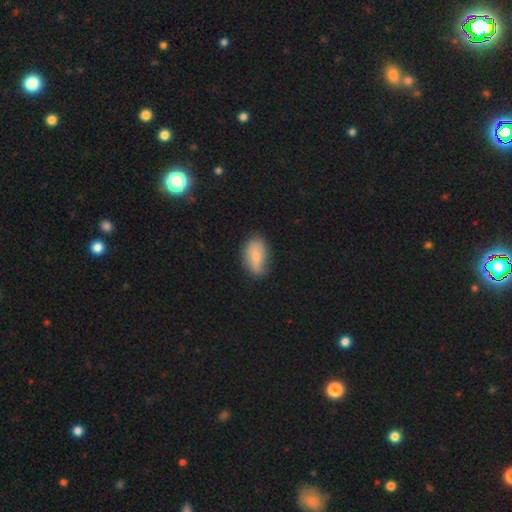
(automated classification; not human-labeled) This appears to be a smooth galaxy with no disk features (70%) that is in between round and cigar-shaped (90%). Merging: none (68%).